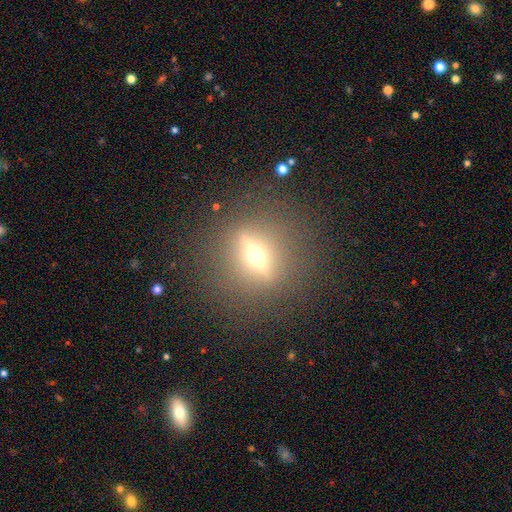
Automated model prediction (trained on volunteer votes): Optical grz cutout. It shows a featured or disk galaxy (75%) viewed edge-on (84%) with a rounded central bulge (95%). Merging: none (86%).